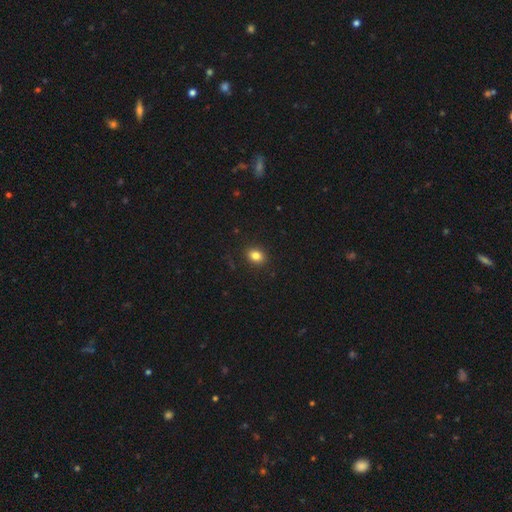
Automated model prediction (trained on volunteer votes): smooth 83%, star or artifact 11%, featured or disk 6%. Down the decision tree: how rounded — in between (62%); merging — none (89%).